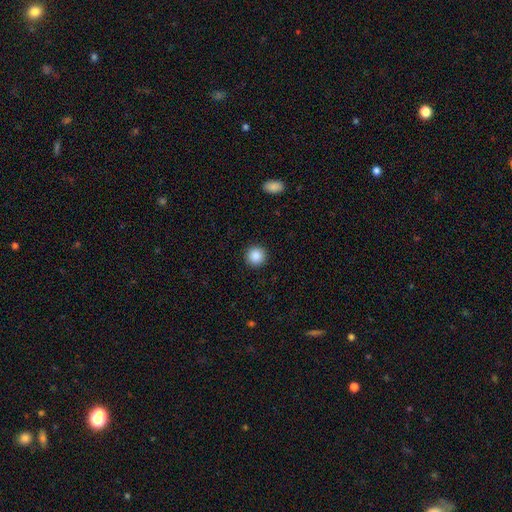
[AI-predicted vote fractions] This is clearly a smooth galaxy (88%). How rounded: clearly round (95%). Merging: clearly none (93%).